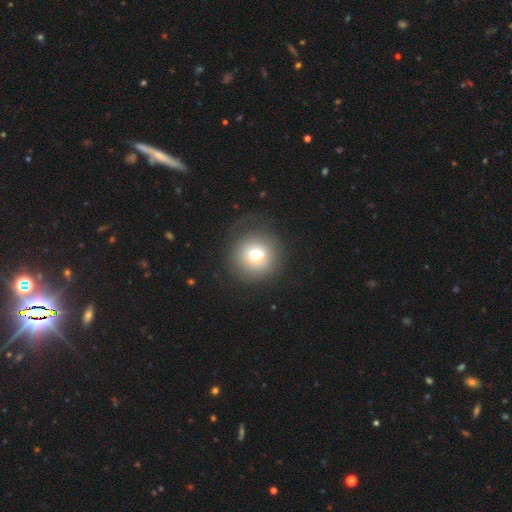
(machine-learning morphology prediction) Smooth or featured?
  - smooth: 72% *
  - featured or disk: 15%
  - star or artifact: 13%
How rounded?
  - round: 93% *
  - in between: 6%
  - cigar-shaped: 1%
Merging?
  - none: 78% *
  - minor disturbance: 12%
  - major disturbance: 9%
  - merger: 1%